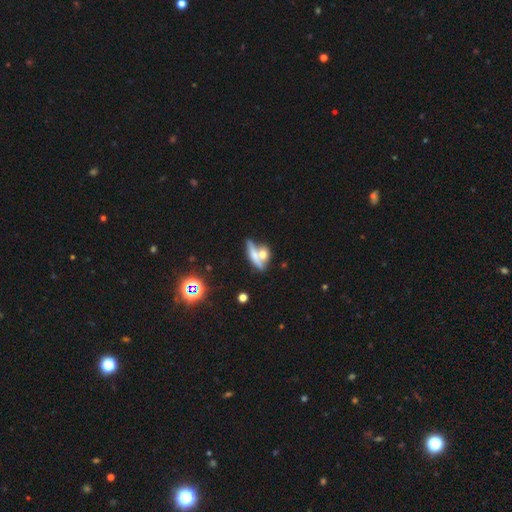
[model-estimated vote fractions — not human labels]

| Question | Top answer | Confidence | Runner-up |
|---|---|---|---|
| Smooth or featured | smooth | 54% | featured or disk (34%) |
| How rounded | cigar-shaped | 41% | in between (40%) |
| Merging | merger | 49% | none (35%) |